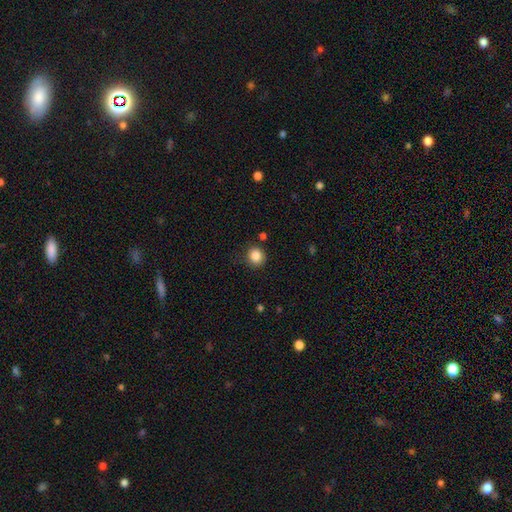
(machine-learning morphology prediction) The model was most divided on "merging": none: 84%, minor disturbance: 10%, major disturbance: 3%, merger: 3%. More confident: how rounded — round (88%); smooth or featured — smooth (85%).